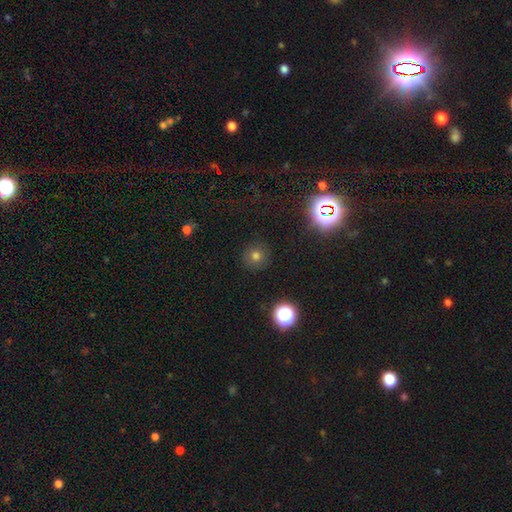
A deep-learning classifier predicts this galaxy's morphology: Smooth or featured? smooth (69%)
How rounded? round (94%)
Merging? none (89%)